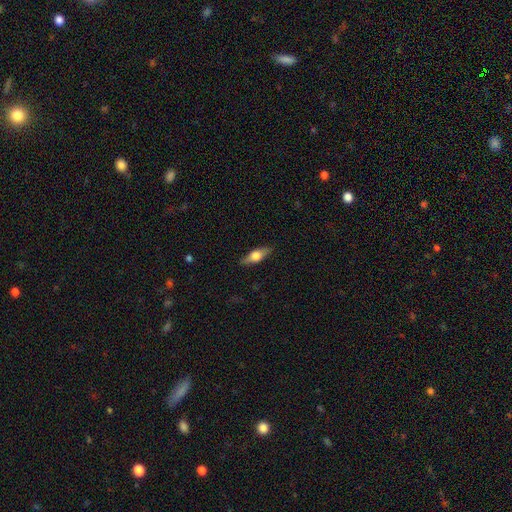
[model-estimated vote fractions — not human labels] smooth_or_featured: smooth (p=0.54) [alt: featured or disk p=0.40]
how_rounded: in between (p=0.61) [alt: cigar-shaped p=0.35]
merging: none (p=0.87) [alt: minor disturbance p=0.10]